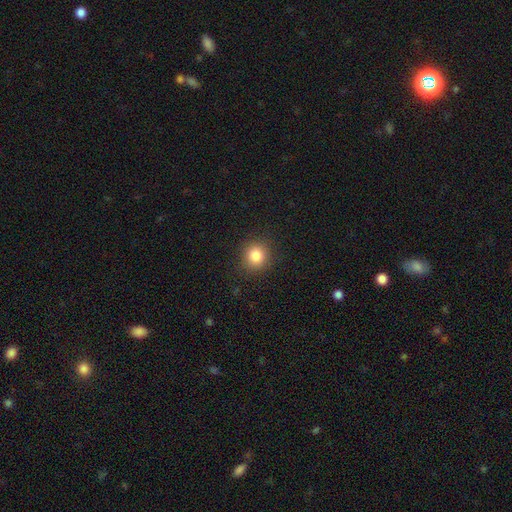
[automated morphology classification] Smooth or featured: smooth — 84% (star or artifact — 11%)
How rounded: round — 88% (in between — 11%)
Merging: none — 89% (minor disturbance — 7%)